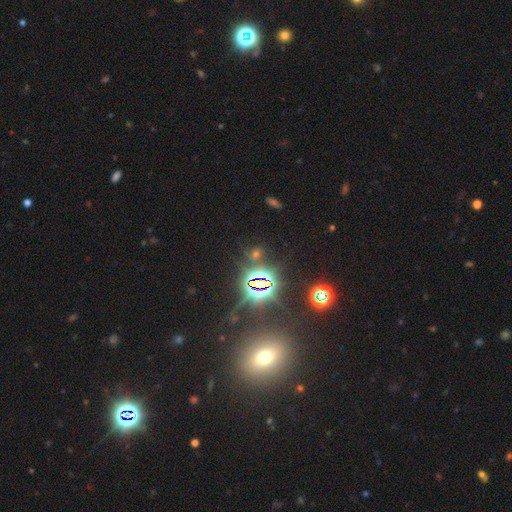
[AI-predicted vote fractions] This is likely a star or artifact rather than a galaxy (77%).